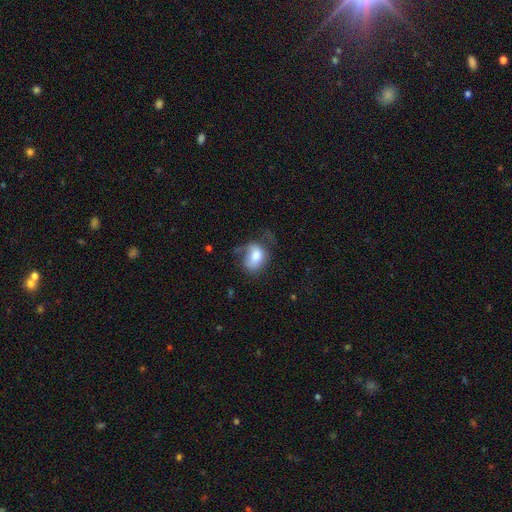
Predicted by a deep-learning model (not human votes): Smooth or featured? Predicted: smooth (p=0.72). How rounded? Predicted: in between (p=0.67). Merging? Predicted: none (p=0.34).